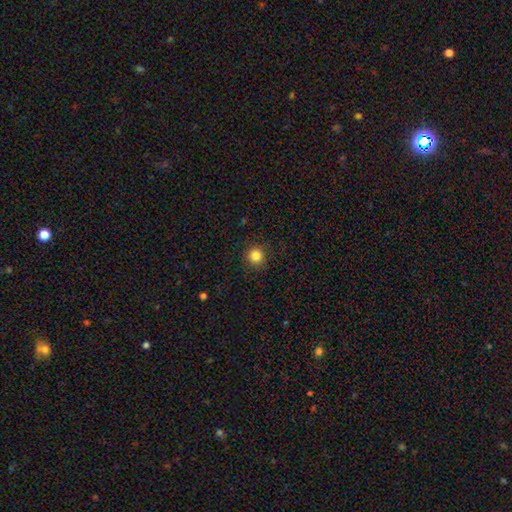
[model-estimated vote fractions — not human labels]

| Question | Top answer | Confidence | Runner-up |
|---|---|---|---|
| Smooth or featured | smooth | 84% | star or artifact (12%) |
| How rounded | round | 95% | in between (4%) |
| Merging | none | 91% | minor disturbance (6%) |